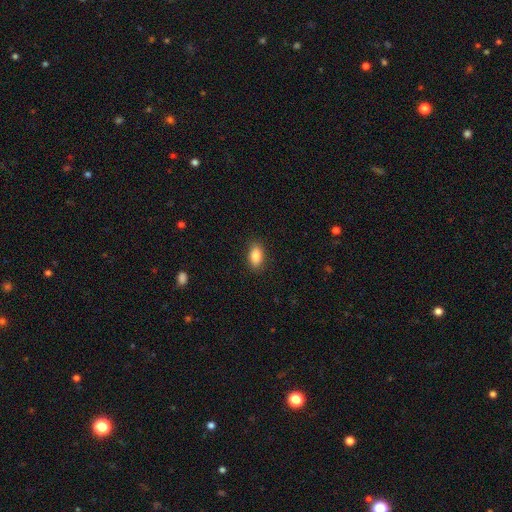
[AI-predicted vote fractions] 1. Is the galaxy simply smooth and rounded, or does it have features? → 88% smooth, 7% star or artifact, 5% featured or disk.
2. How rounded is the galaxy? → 90% in between, 6% round, 4% cigar-shaped.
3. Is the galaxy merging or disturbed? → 87% none, 9% minor disturbance, 3% major disturbance, 1% merger.